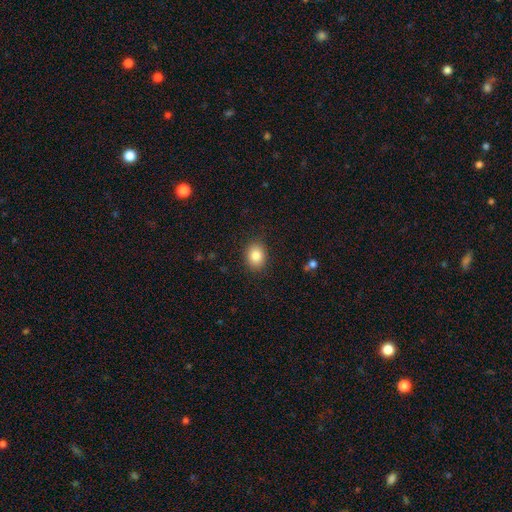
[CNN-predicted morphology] Smooth or featured? Predicted: smooth (p=0.84). How rounded? Predicted: round (p=0.51). Merging? Predicted: none (p=0.88).